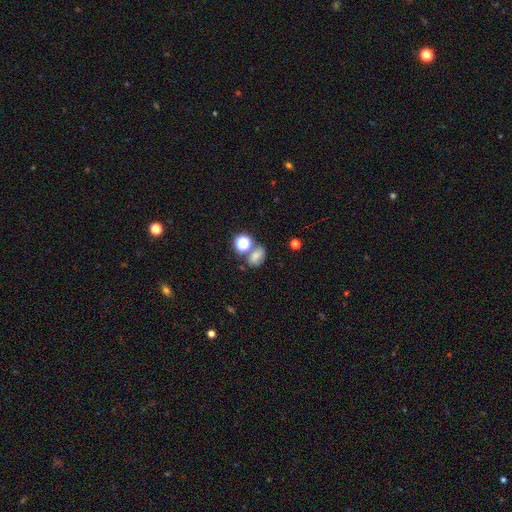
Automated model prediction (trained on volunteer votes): Smooth or featured?
  - smooth: 59% *
  - star or artifact: 23%
  - featured or disk: 19%
How rounded?
  - in between: 57% *
  - round: 41%
  - cigar-shaped: 1%
Merging?
  - none: 51% *
  - merger: 24%
  - minor disturbance: 16%
  - major disturbance: 8%